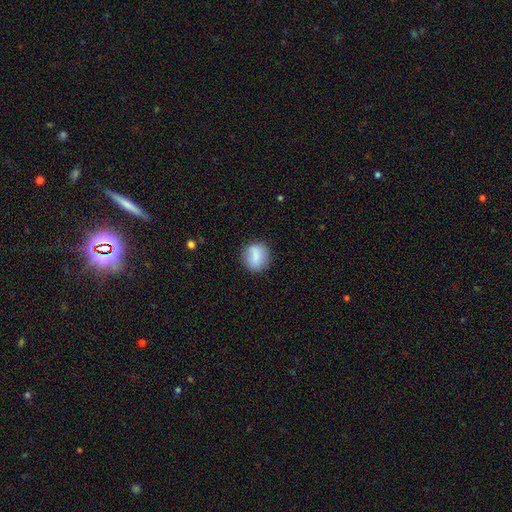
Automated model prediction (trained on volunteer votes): Smooth or featured? Predicted: smooth (p=0.80). How rounded? Predicted: round (p=0.75). Merging? Predicted: none (p=0.83).